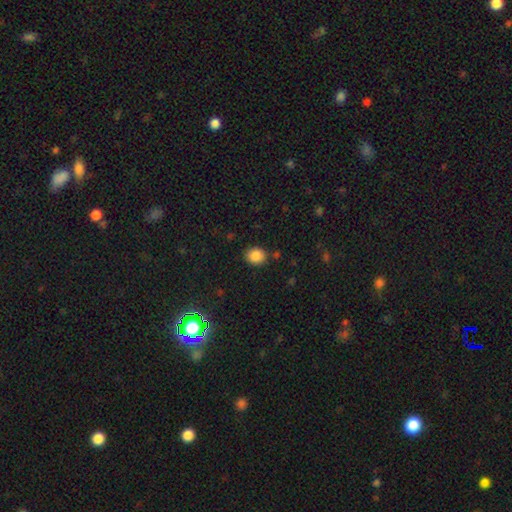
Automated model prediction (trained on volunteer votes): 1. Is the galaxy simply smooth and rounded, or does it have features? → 86% smooth, 10% star or artifact, 4% featured or disk.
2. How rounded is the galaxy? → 74% round, 26% in between, 1% cigar-shaped.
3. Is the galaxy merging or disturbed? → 86% none, 9% minor disturbance, 3% merger, 2% major disturbance.